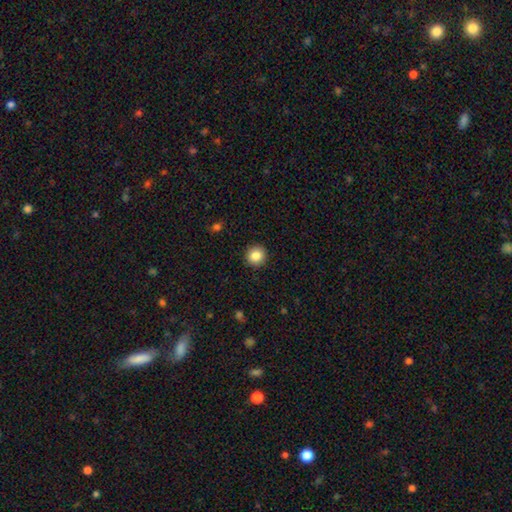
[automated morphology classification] This is clearly a smooth galaxy (85%). How rounded: clearly round (94%). Merging: clearly none (92%).